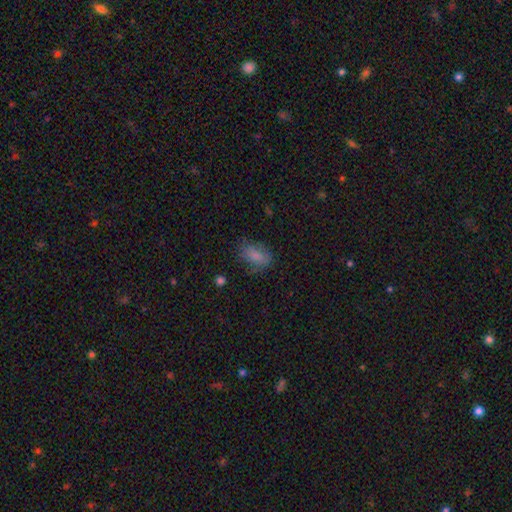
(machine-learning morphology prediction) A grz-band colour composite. It shows a smooth galaxy with no disk features (77%) that is in between round and cigar-shaped (85%). Merging: none (64%).